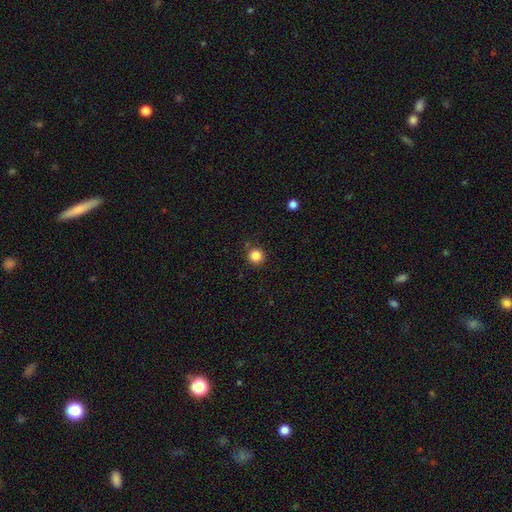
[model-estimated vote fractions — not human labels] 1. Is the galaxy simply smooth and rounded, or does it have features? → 85% smooth, 12% star or artifact, 4% featured or disk.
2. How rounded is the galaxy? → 95% round, 4% in between, 1% cigar-shaped.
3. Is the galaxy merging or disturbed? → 88% none, 7% minor disturbance, 2% major disturbance, 2% merger.